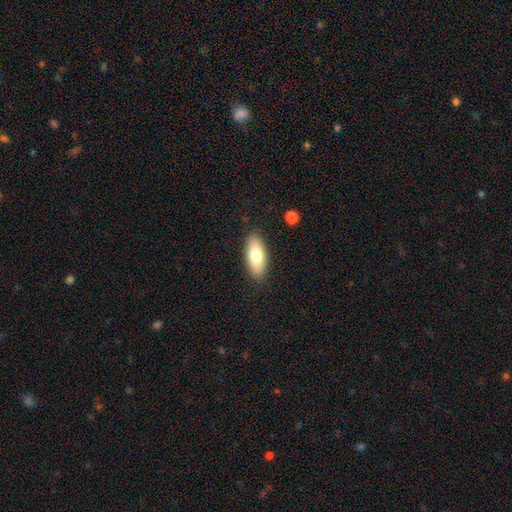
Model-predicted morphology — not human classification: This appears to be a smooth galaxy with no disk features (75%) that is in between round and cigar-shaped (78%). Merging: none (88%).